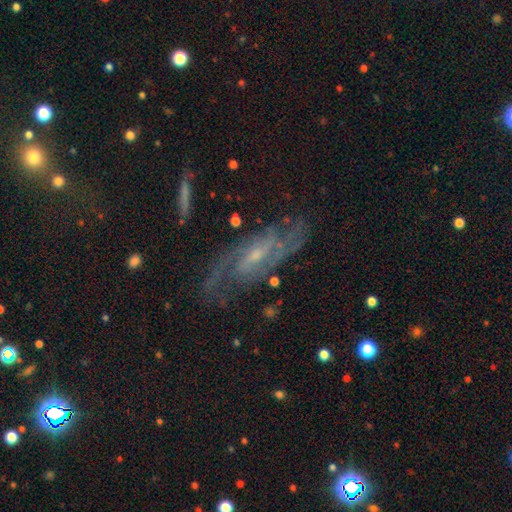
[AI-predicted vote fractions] Smooth or featured? Predicted: featured or disk (p=0.86). Edge-on disk? Predicted: no (p=0.90). Bar? Predicted: weak (p=0.48). Spiral arms? Predicted: yes (p=0.95). Spiral winding? Predicted: medium (p=0.47). Spiral arm count? Predicted: 2 (p=0.58). Bulge size? Predicted: small (p=0.62). Merging? Predicted: none (p=0.73).